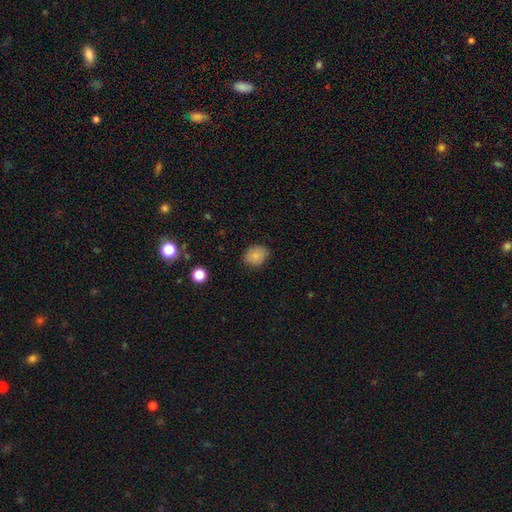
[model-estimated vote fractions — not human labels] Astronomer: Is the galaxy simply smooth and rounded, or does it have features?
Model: smooth — 82%.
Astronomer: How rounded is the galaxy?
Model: round — 50% (runner-up: in between, 49%).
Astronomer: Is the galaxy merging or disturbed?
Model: none — 79%.